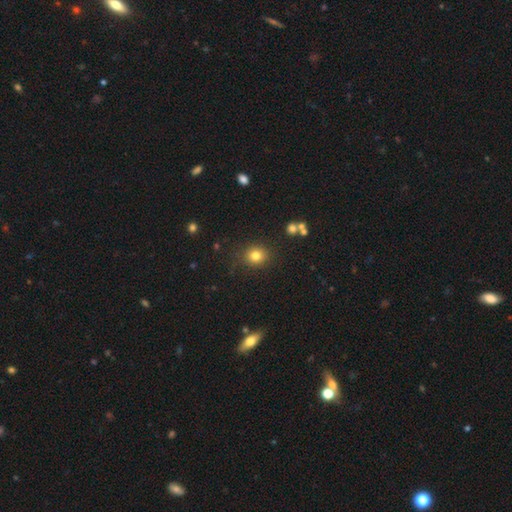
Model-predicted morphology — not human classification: smooth_or_featured: smooth (p=0.79) [alt: star or artifact p=0.13]
how_rounded: round (p=0.81) [alt: in between p=0.18]
merging: none (p=0.86) [alt: minor disturbance p=0.09]